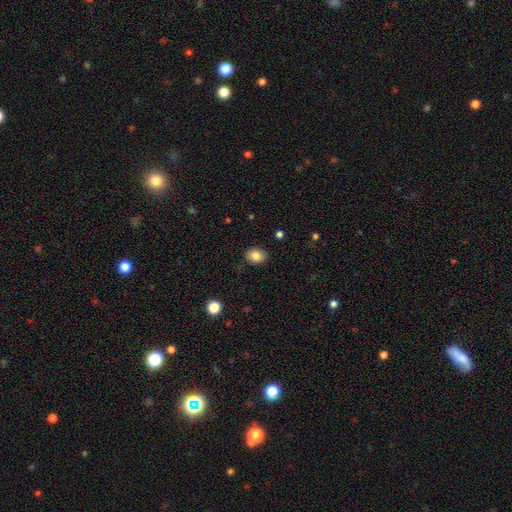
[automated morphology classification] This appears to be a smooth galaxy with no disk features (83%) that is round (52%). Merging: none (87%).